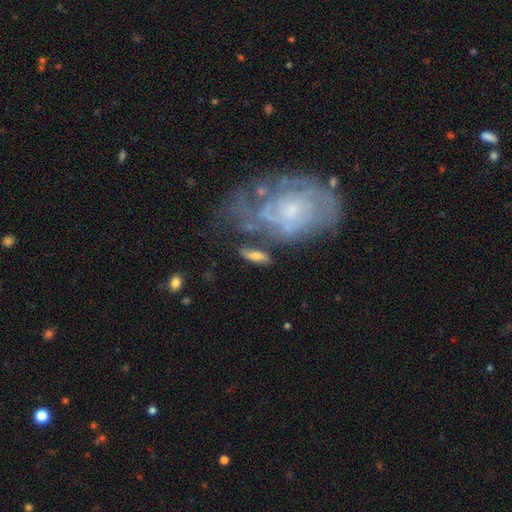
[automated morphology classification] smooth 55%, featured or disk 38%, star or artifact 8%. Down the decision tree: how rounded — in between (57%); merging — none (64%).